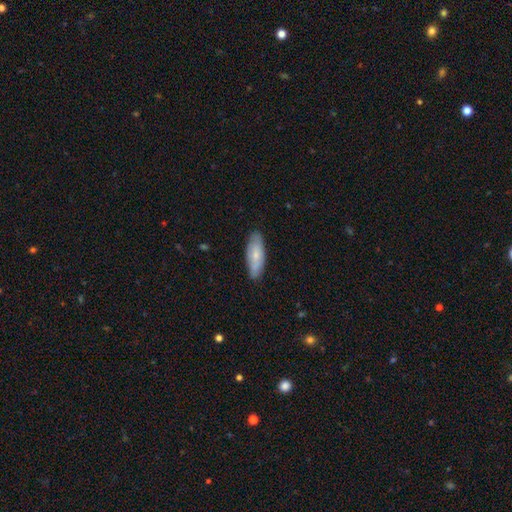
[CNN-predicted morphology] This is likely a smooth galaxy (71%). How rounded: likely in between (67%). Merging: clearly none (82%).